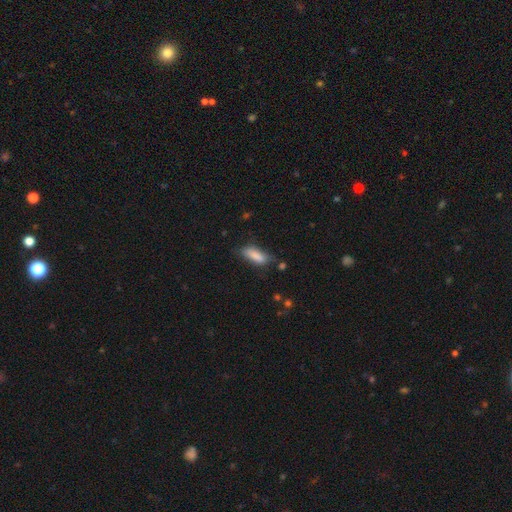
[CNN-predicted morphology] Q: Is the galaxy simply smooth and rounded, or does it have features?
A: smooth — 84%.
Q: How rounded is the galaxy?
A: in between — 62%.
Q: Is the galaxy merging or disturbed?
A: none — 63%.